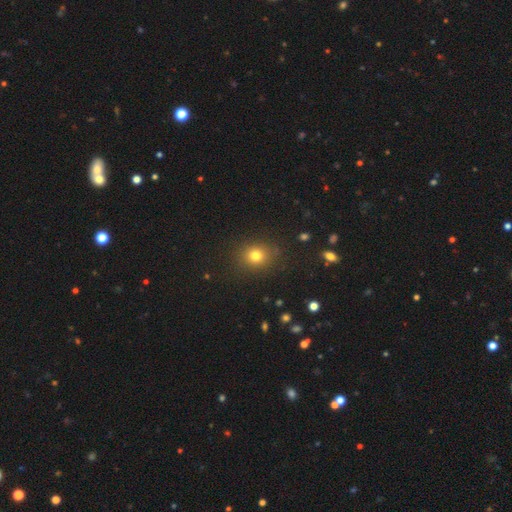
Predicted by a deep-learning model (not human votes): This appears to be a smooth galaxy with no disk features (77%) that is round (73%). Merging: none (87%).